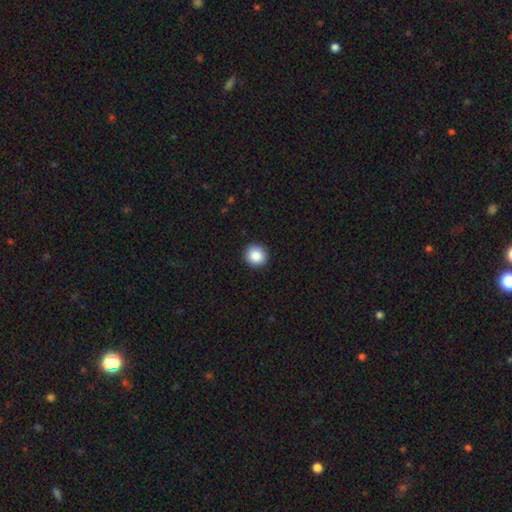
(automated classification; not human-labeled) The model was most divided on "smooth or featured": smooth: 87%, star or artifact: 9%, featured or disk: 4%. More confident: merging — none (92%); how rounded — round (92%).